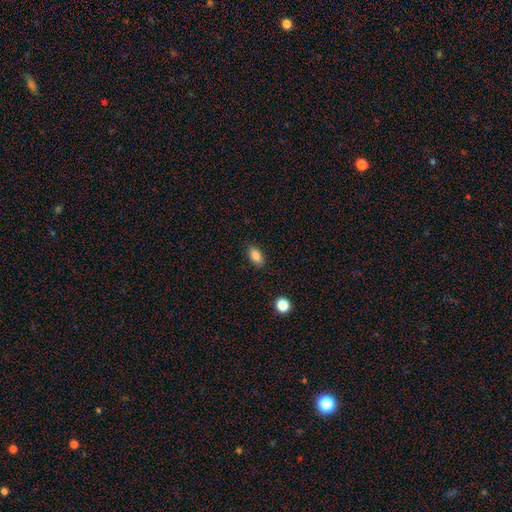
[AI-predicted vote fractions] Q: Smooth or featured?
A: smooth (84%); runner-up: star or artifact (9%)
Q: How rounded?
A: in between (89%); runner-up: round (7%)
Q: Merging?
A: none (87%); runner-up: minor disturbance (10%)